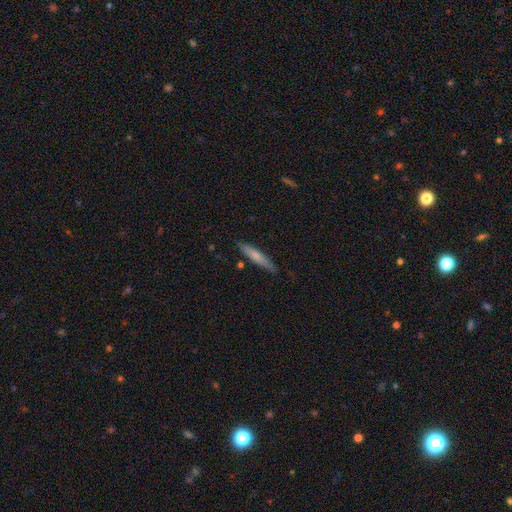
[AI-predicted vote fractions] Smooth or featured? smooth (71%)
How rounded? cigar-shaped (89%)
Merging? none (81%)